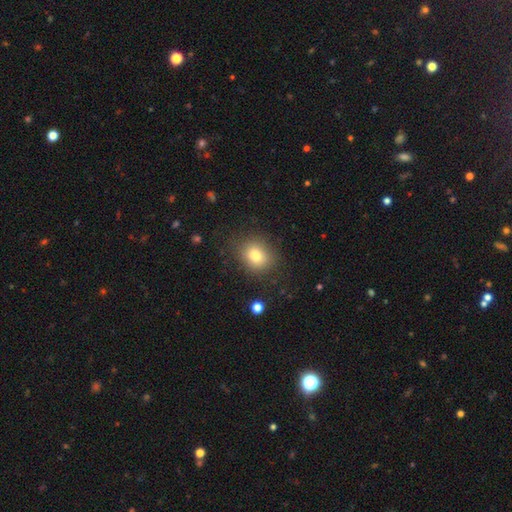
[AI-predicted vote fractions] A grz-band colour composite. It shows a smooth galaxy with no disk features (79%) that is round (60%). Merging: none (80%).